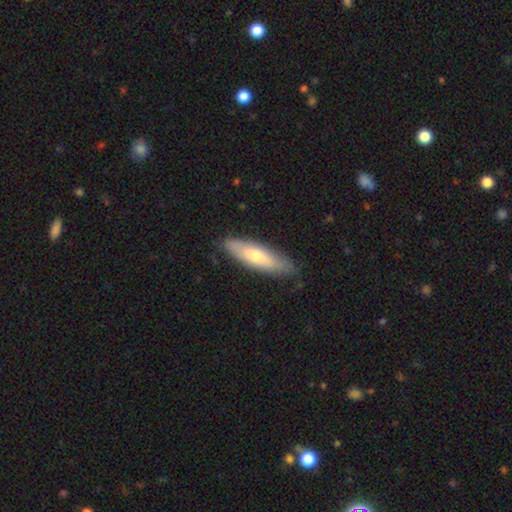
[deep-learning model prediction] This appears to be a smooth galaxy with no disk features (58%) that is cigar-shaped (62%). Merging: none (83%).